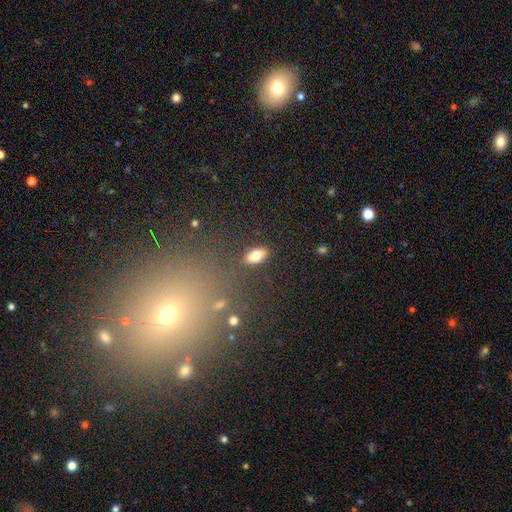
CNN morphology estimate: This appears to be a smooth galaxy with no disk features (77%) that is in between round and cigar-shaped (87%). Merging: none (86%).